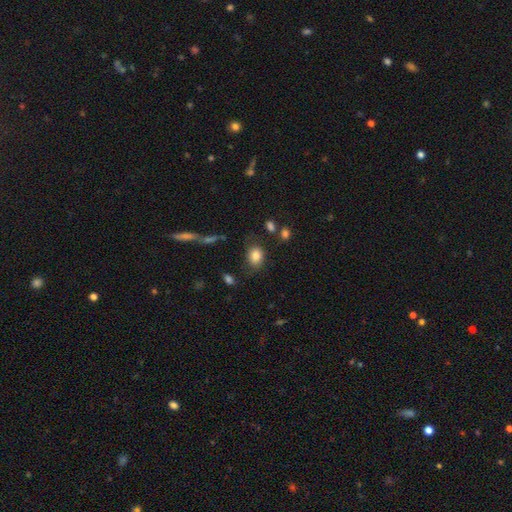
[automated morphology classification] A smooth galaxy with no disk features (83%) that is in between round and cigar-shaped (63%).

Vote fractions:
- Smooth or featured? smooth: 83% / star or artifact: 9% / featured or disk: 8%
- How rounded? in between: 63% / round: 36% / cigar-shaped: 1%
- Merging? none: 74% / minor disturbance: 16% / major disturbance: 6% / merger: 4%